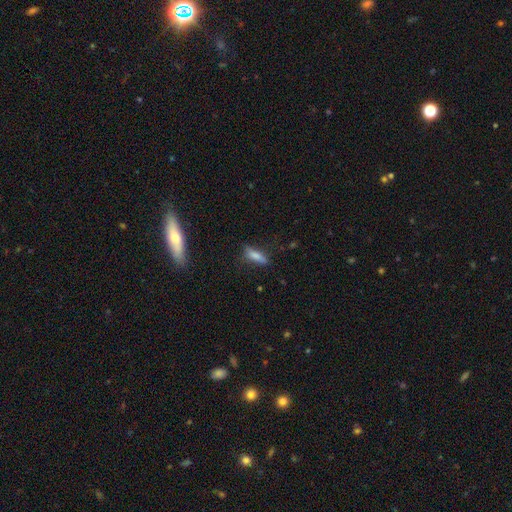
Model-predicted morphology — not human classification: Smooth or featured: smooth — 73% (featured or disk — 18%)
How rounded: cigar-shaped — 58% (in between — 40%)
Merging: none — 69% (minor disturbance — 22%)